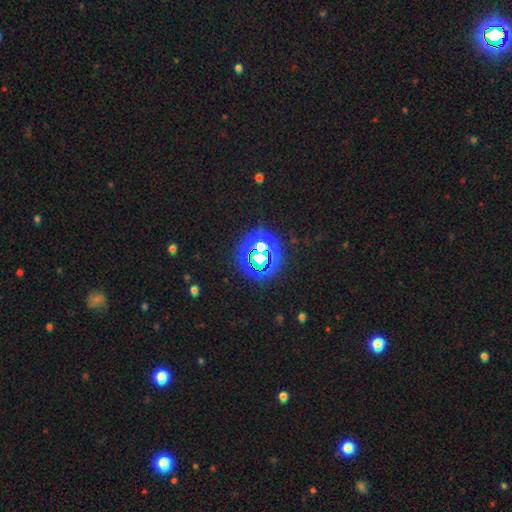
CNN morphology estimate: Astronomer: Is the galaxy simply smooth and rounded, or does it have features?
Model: star or artifact — 75%.